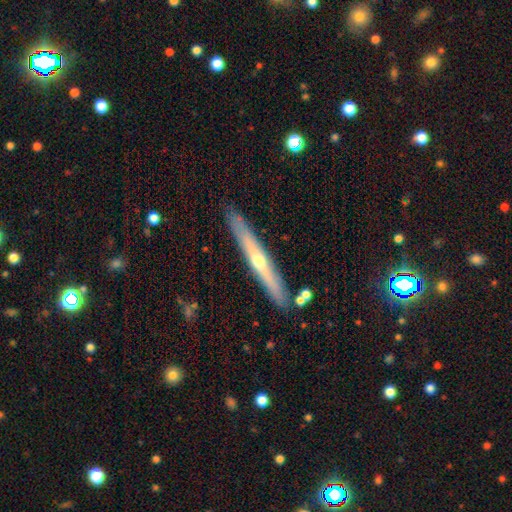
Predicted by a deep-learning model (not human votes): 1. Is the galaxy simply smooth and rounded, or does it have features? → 67% featured or disk, 26% smooth, 7% star or artifact.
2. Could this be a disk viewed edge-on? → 94% yes, 6% no.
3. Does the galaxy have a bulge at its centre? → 79% rounded, 19% none, 2% boxy.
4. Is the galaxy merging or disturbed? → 89% none, 8% minor disturbance, 2% merger, 2% major disturbance.